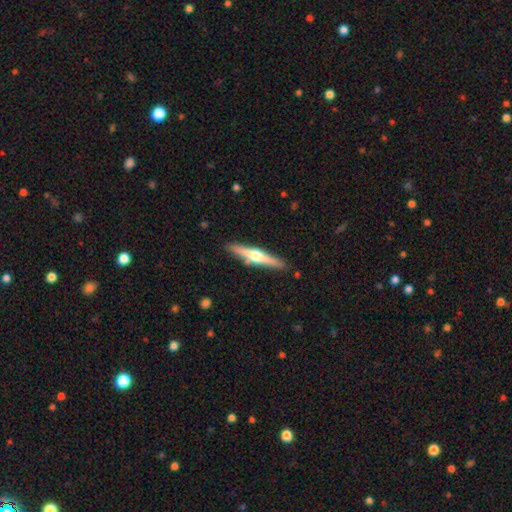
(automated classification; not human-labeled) This appears to be a featured or disk galaxy (65%) viewed edge-on (97%) with a rounded central bulge (92%). Merging: none (88%).